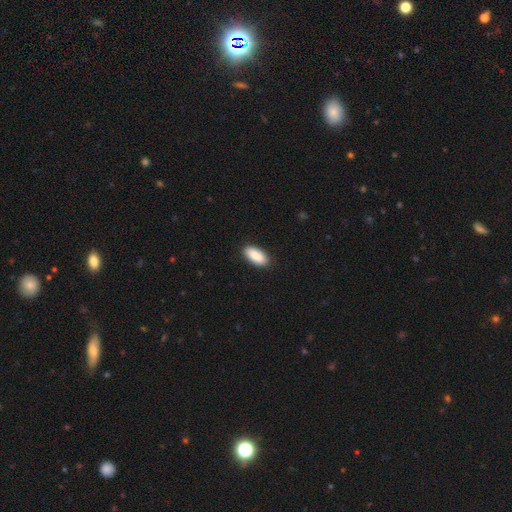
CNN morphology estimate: This is clearly a smooth galaxy (90%). How rounded: clearly in between (90%). Merging: clearly none (90%).